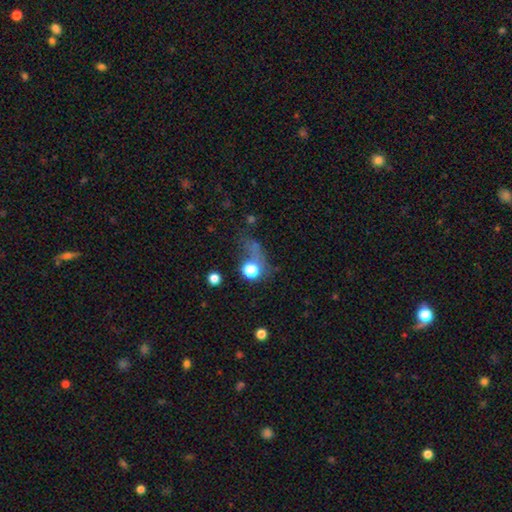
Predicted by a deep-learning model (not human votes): This appears to be a smooth galaxy with no disk features (47%). Merging: none (40%).